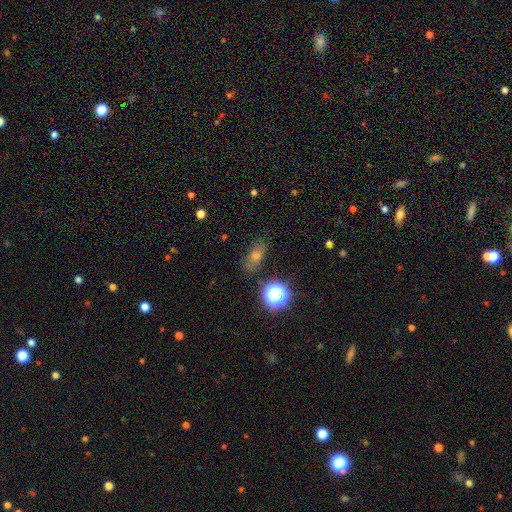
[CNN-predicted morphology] Smooth or featured? Predicted: smooth (p=0.56). How rounded? Predicted: in between (p=0.73). Merging? Predicted: none (p=0.76).